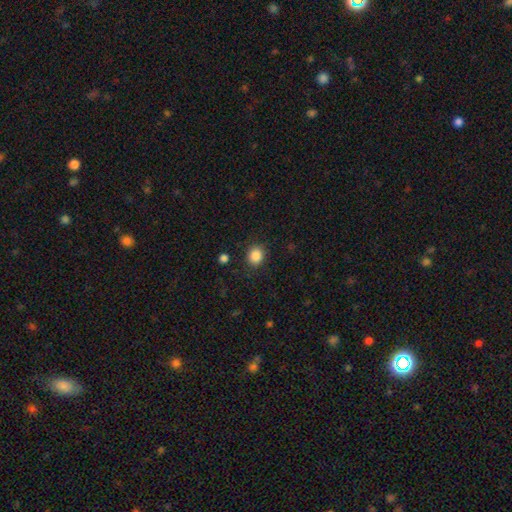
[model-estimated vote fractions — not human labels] Morphology: type=smooth (86%); roundness=round (73%); merging=none (88%).